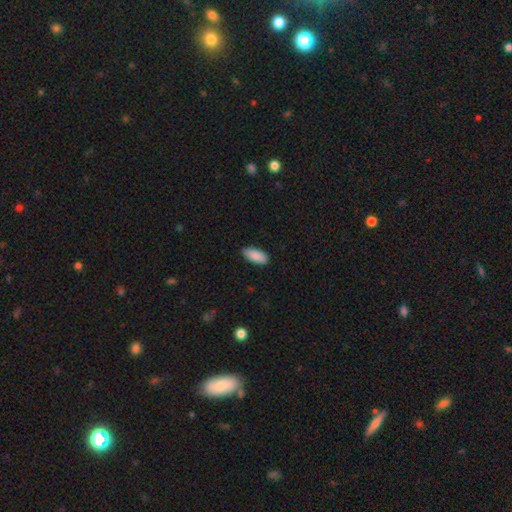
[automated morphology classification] smooth-or-featured: smooth: 90% | star or artifact: 6% | featured or disk: 4%
  how-rounded: in between: 89% | cigar-shaped: 9% | round: 2%
  merging: none: 87% | minor disturbance: 10% | major disturbance: 2% | merger: 1%